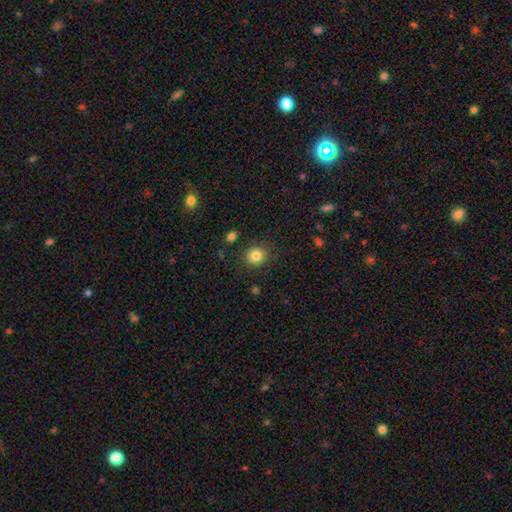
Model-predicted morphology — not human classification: Overall: smooth (84%). How rounded: round (87%). Merging: none (88%).